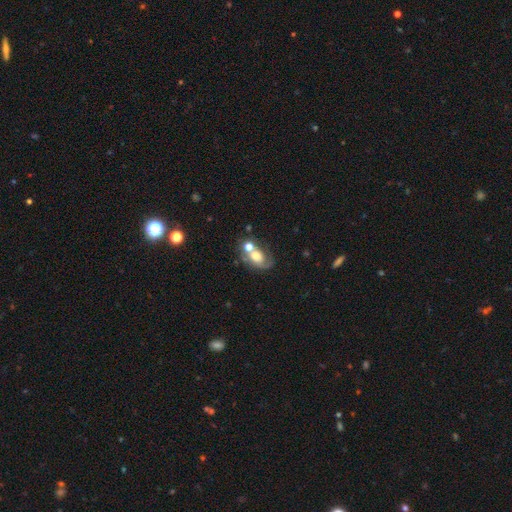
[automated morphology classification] The model was most divided on "smooth or featured": featured or disk: 46%, smooth: 42%, star or artifact: 11%. Remaining: merging — merger (41%).